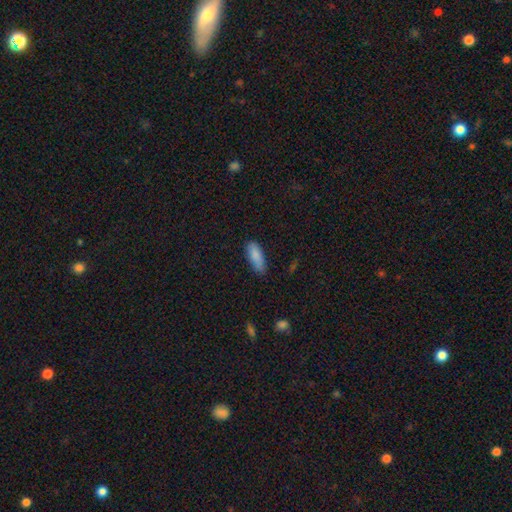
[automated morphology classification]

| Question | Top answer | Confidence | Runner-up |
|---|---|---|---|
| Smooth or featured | smooth | 87% | star or artifact (7%) |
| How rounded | in between | 71% | cigar-shaped (27%) |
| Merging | none | 71% | minor disturbance (23%) |